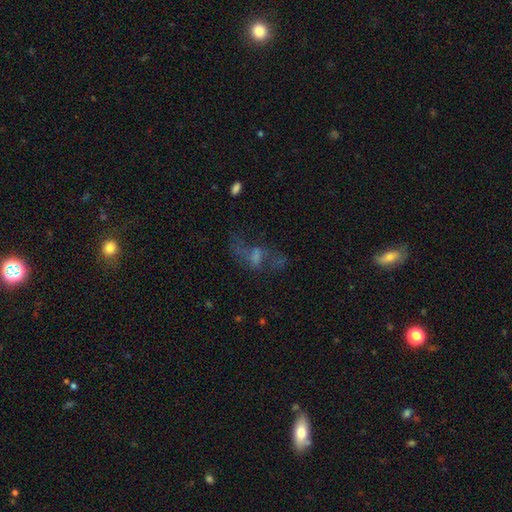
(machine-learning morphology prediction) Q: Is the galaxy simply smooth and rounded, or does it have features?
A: featured or disk — 46%.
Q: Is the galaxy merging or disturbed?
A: none — 44%.